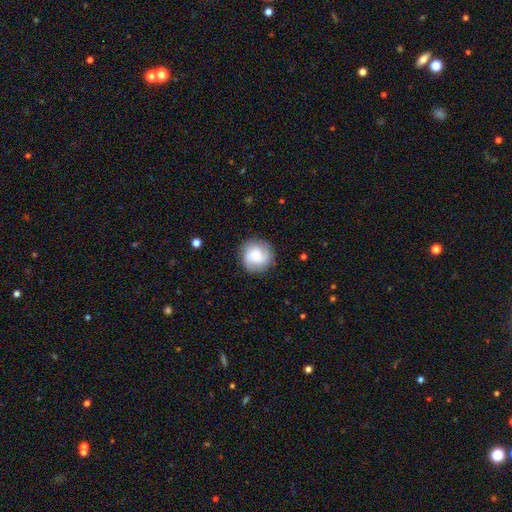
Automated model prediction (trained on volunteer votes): smooth-or-featured: featured or disk: 54% | smooth: 39% | star or artifact: 8%
  disk-edge-on: no: 98% | yes: 2%
    bar: no: 61% | weak: 33% | strong: 6%
    has-spiral-arms: yes: 90% | no: 10%
    bulge-size: small: 47% | moderate: 41% | large: 7% | none: 3% | dominant: 2%
  merging: none: 85% | minor disturbance: 10% | major disturbance: 4% | merger: 1%